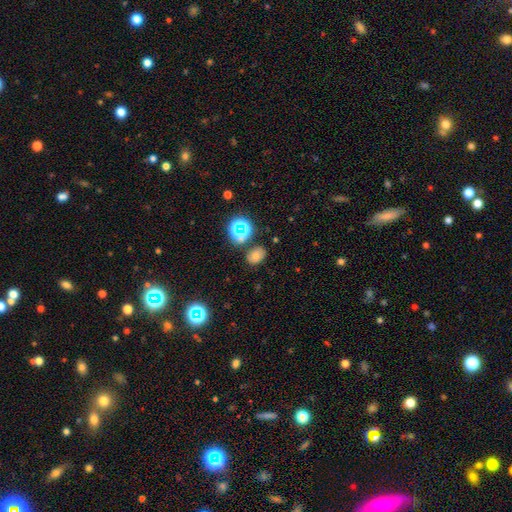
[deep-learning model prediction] smooth-or-featured: smooth: 66% | star or artifact: 22% | featured or disk: 12%
  how-rounded: in between: 66% | round: 33% | cigar-shaped: 1%
  merging: none: 80% | minor disturbance: 12% | merger: 5% | major disturbance: 4%